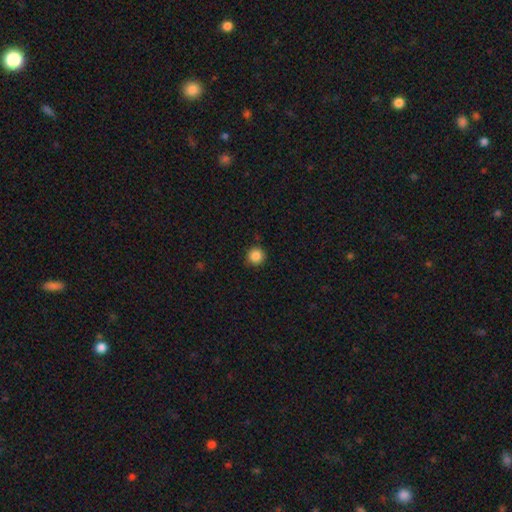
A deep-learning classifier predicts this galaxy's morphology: type=smooth (86%); roundness=round (95%); merging=none (90%).